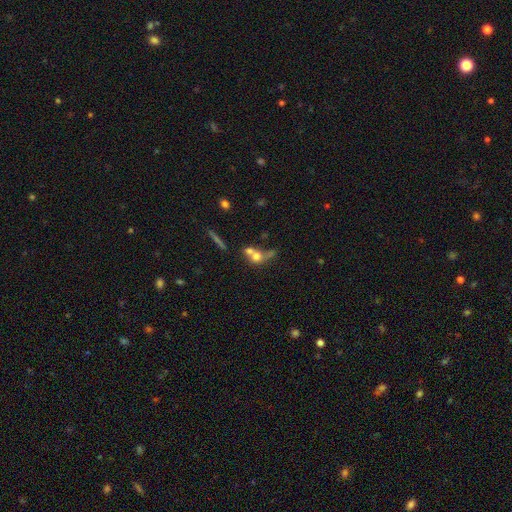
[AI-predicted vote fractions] Q: Smooth or featured?
A: smooth (62%); runner-up: featured or disk (26%)
Q: How rounded?
A: round (62%); runner-up: in between (32%)
Q: Merging?
A: merger (60%); runner-up: none (23%)